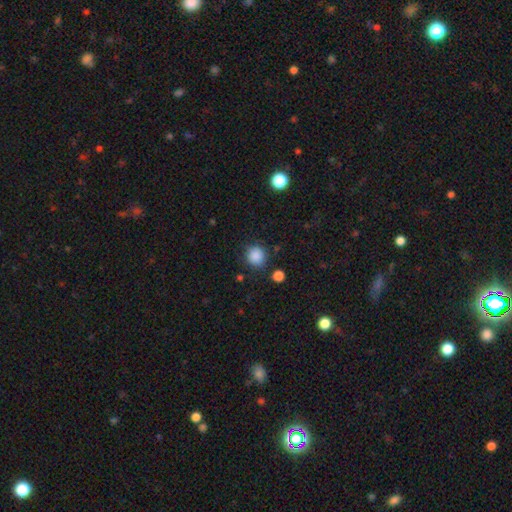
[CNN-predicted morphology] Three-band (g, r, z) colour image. It shows a smooth galaxy with no disk features (87%) that is round (88%). Merging: none (83%).